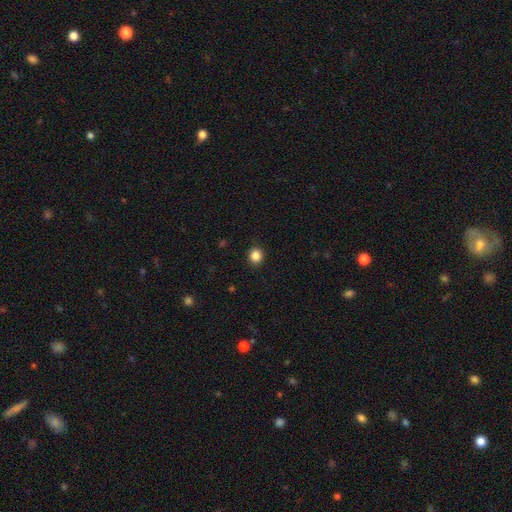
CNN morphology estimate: The model was most divided on "how rounded": round: 84%, in between: 15%, cigar-shaped: 1%. More confident: merging — none (91%); smooth or featured — smooth (85%).